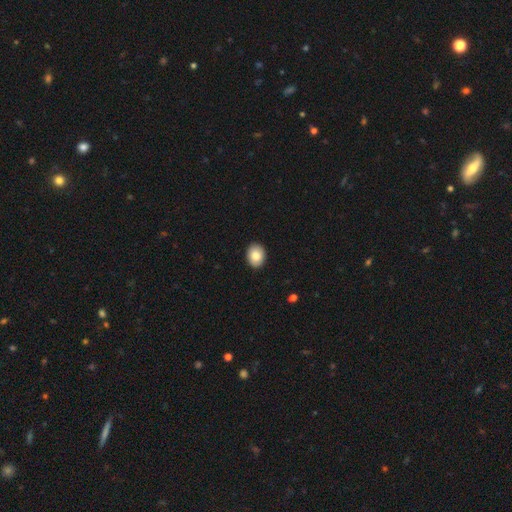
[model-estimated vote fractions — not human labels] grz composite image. It shows a smooth galaxy with no disk features (84%) that is in between round and cigar-shaped (63%). Merging: none (91%).